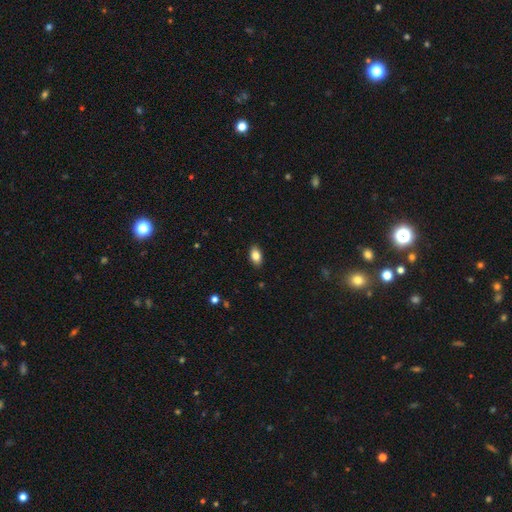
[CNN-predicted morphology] Overall: smooth (84%). How rounded: in between (91%). Merging: none (88%).